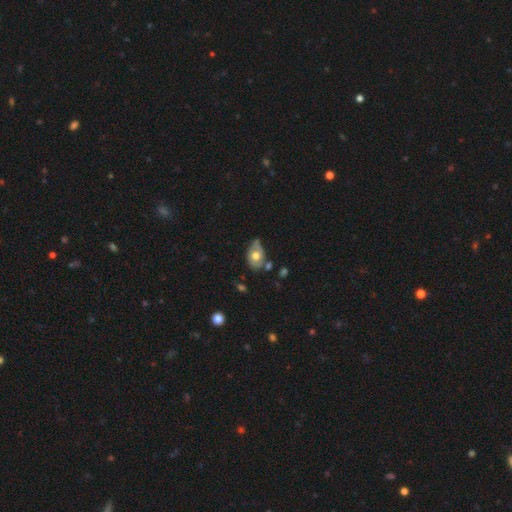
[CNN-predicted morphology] Smooth or featured?
  - smooth: 53% *
  - featured or disk: 40%
  - star or artifact: 7%
How rounded?
  - in between: 80% *
  - round: 18%
  - cigar-shaped: 2%
Merging?
  - none: 43% *
  - minor disturbance: 34%
  - merger: 12%
  - major disturbance: 11%